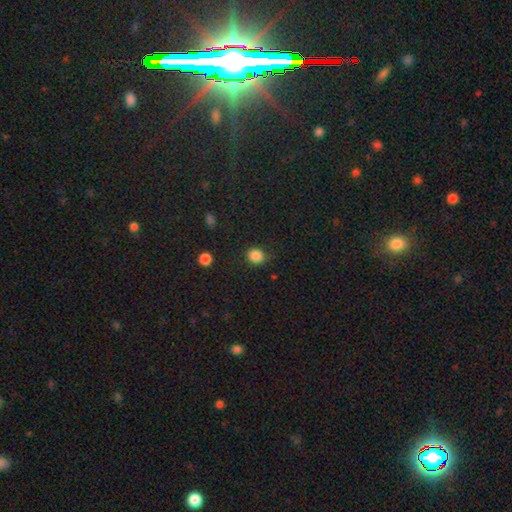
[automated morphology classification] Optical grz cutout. It shows a smooth galaxy with no disk features (86%) that is round (79%). Merging: none (84%).